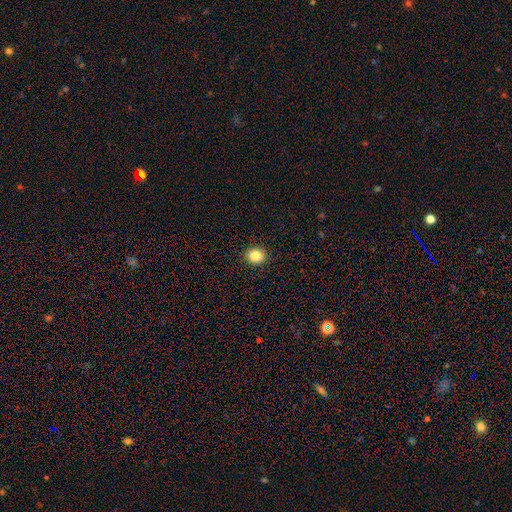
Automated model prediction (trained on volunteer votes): Smooth or featured?
  - smooth: 85% *
  - star or artifact: 10%
  - featured or disk: 5%
How rounded?
  - round: 68% *
  - in between: 31%
  - cigar-shaped: 1%
Merging?
  - none: 91% *
  - minor disturbance: 6%
  - major disturbance: 2%
  - merger: 1%